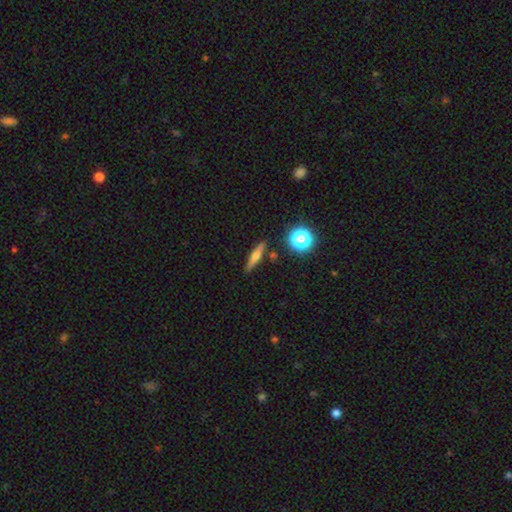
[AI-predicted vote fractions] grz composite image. It shows a featured or disk galaxy (52%) viewed edge-on (95%). Merging: none (88%).